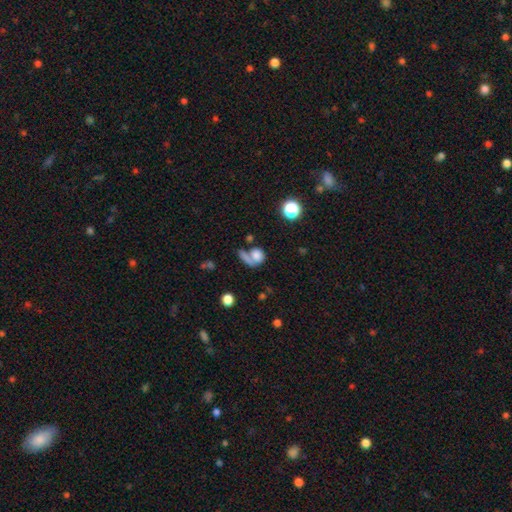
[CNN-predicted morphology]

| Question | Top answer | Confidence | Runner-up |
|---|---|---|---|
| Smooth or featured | smooth | 69% | featured or disk (18%) |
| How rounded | round | 64% | in between (33%) |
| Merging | none | 35% | merger (33%) |